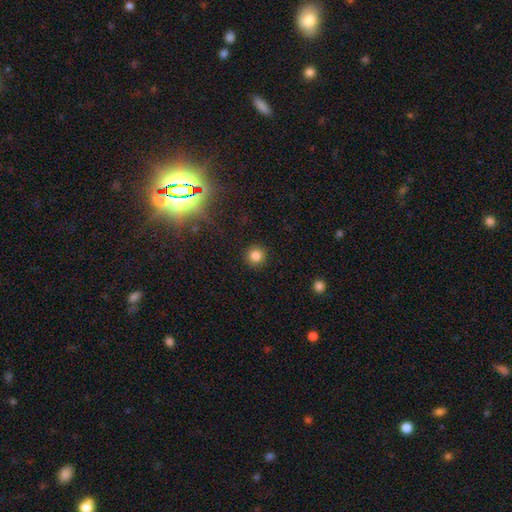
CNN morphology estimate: Smooth or featured? Predicted: smooth (p=0.82). How rounded? Predicted: round (p=0.94). Merging? Predicted: none (p=0.92).